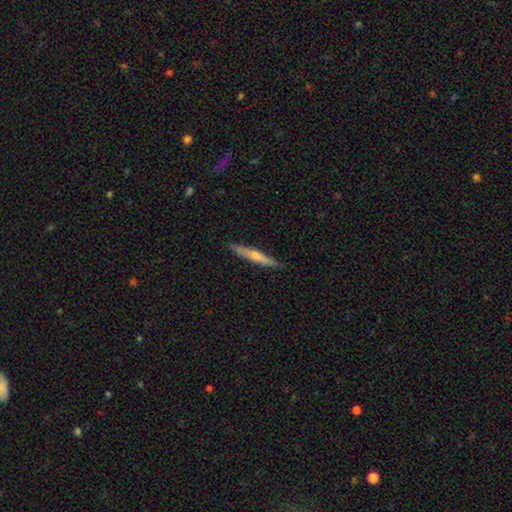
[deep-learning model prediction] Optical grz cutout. It shows a featured or disk galaxy (51%) viewed edge-on (96%). Merging: none (89%).